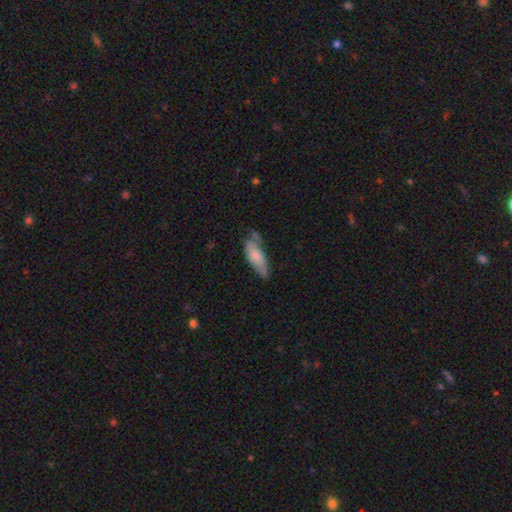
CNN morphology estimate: Smooth or featured?
  - smooth: 74% *
  - featured or disk: 20%
  - star or artifact: 6%
How rounded?
  - in between: 65% *
  - cigar-shaped: 33%
  - round: 2%
Merging?
  - none: 46% *
  - minor disturbance: 34%
  - major disturbance: 10%
  - merger: 10%